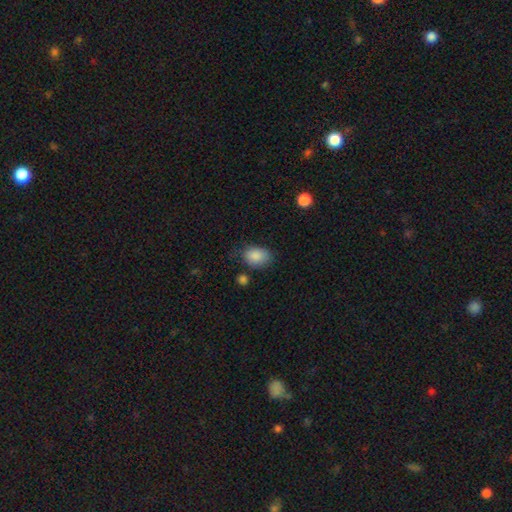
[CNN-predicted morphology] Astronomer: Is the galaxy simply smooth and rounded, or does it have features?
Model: smooth — 87%.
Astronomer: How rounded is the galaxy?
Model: in between — 75%.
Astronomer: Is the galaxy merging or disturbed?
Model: none — 68%.